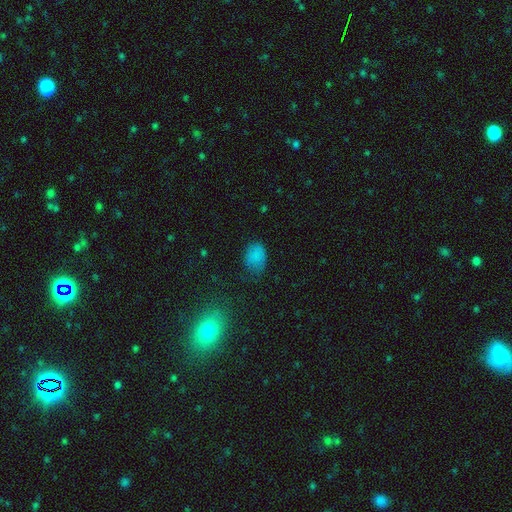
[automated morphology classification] smooth 81%, star or artifact 13%, featured or disk 7%. Down the decision tree: how rounded — in between (77%); merging — none (53%).